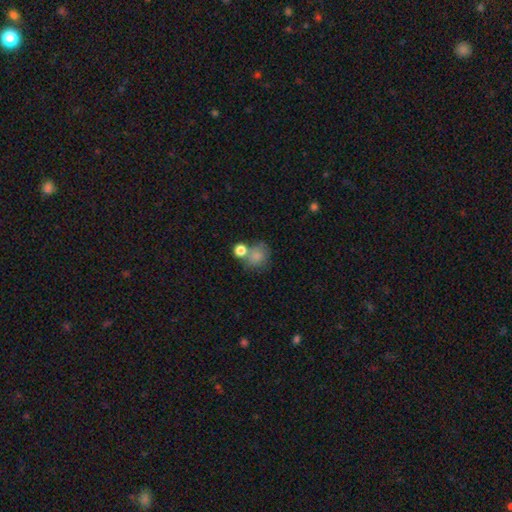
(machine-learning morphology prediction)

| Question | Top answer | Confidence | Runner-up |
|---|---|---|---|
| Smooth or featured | smooth | 78% | featured or disk (11%) |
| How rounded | round | 75% | in between (24%) |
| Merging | none | 45% | merger (32%) |